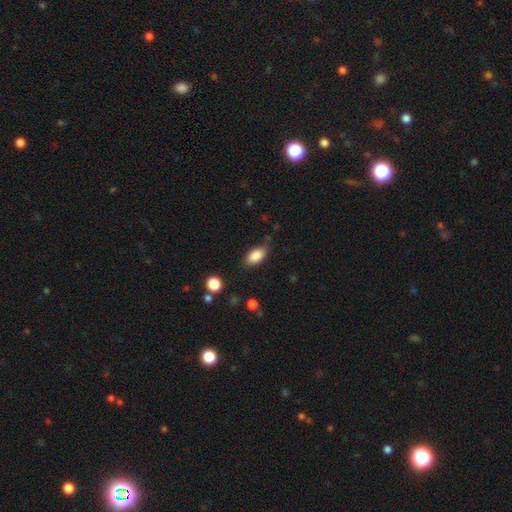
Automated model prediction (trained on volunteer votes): The model was most divided on "merging": none: 75%, minor disturbance: 18%, major disturbance: 4%, merger: 2%. More confident: how rounded — in between (90%); smooth or featured — smooth (86%).